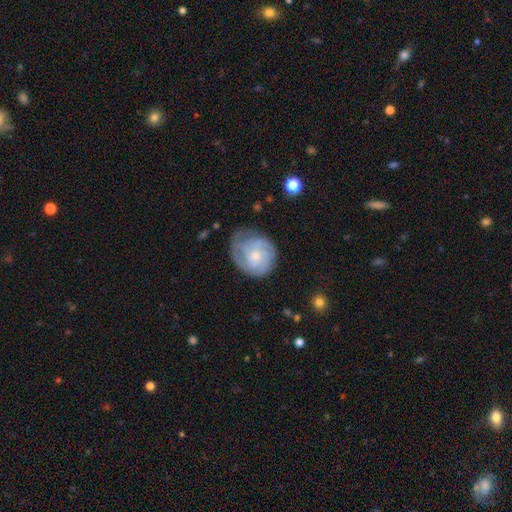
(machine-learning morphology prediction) Smooth or featured: featured or disk — 69% (smooth — 25%)
Edge-on disk: no — 98% (yes — 2%)
Bar: no — 69% (weak — 27%)
Spiral arms: yes — 89% (no — 11%)
Spiral winding: tight — 55% (medium — 34%)
Spiral arm count: can't tell — 36% (3 — 24%)
Bulge size: small — 53% (moderate — 39%)
Merging: none — 63% (minor disturbance — 25%)